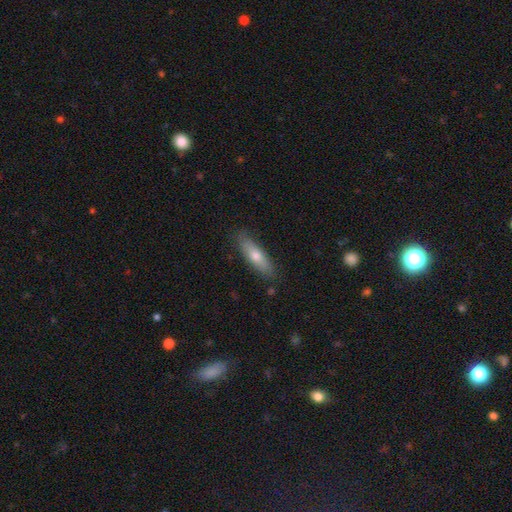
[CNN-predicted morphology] Smooth or featured? smooth (65%)
How rounded? cigar-shaped (62%)
Merging? none (85%)